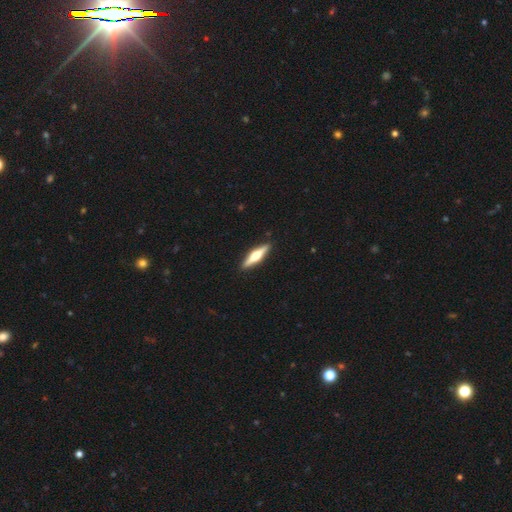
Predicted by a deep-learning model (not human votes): A featured or disk galaxy (66%) viewed edge-on (97%) with a rounded central bulge (93%).

Vote fractions:
- Smooth or featured? featured or disk: 66% / smooth: 30% / star or artifact: 5%
- Edge-on disk? yes: 97% / no: 3%
- Edge-on bulge? rounded: 93% / boxy: 5% / none: 2%
- Merging? none: 92% / minor disturbance: 6% / major disturbance: 1% / merger: 1%